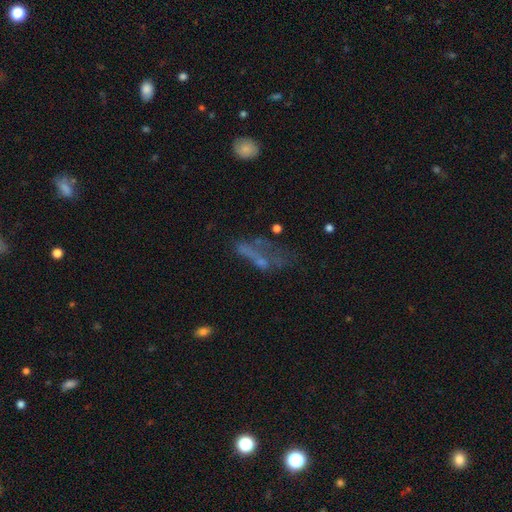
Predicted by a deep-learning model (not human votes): Morphology: type=featured or disk (42%); merging=major disturbance (36%).